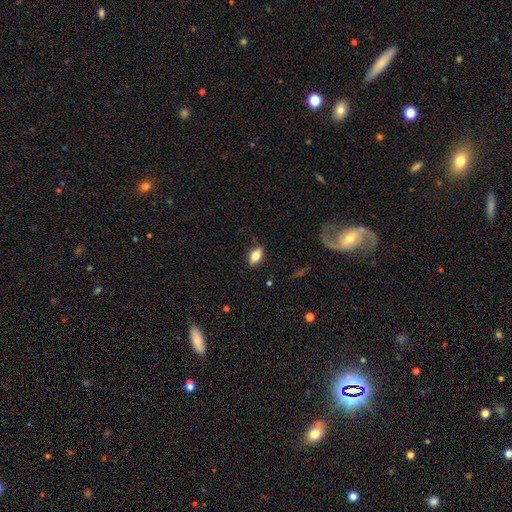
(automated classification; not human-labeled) A smooth galaxy with no disk features (75%) that is in between round and cigar-shaped (86%).

Vote fractions:
- Smooth or featured? smooth: 75% / featured or disk: 16% / star or artifact: 8%
- How rounded? in between: 86% / round: 8% / cigar-shaped: 6%
- Merging? none: 84% / minor disturbance: 13% / major disturbance: 3% / merger: 1%